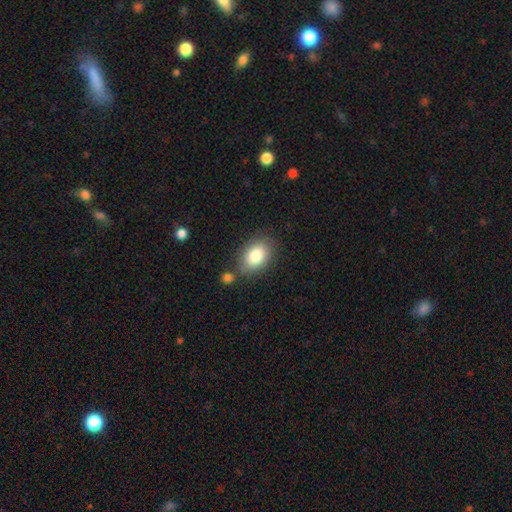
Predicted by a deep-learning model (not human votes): Q: Smooth or featured?
A: smooth (83%); runner-up: featured or disk (9%)
Q: How rounded?
A: in between (84%); runner-up: round (14%)
Q: Merging?
A: none (72%); runner-up: minor disturbance (15%)